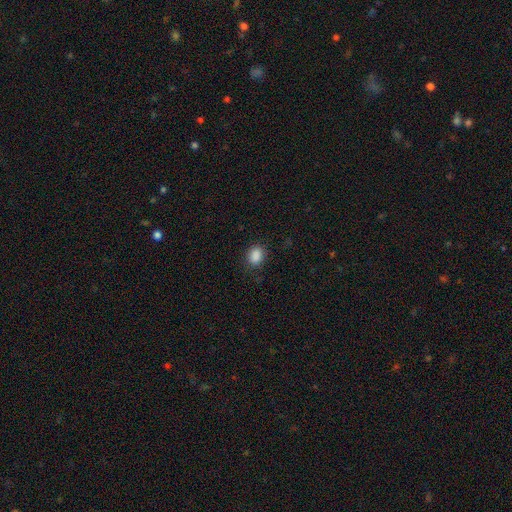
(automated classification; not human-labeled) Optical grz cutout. It shows a smooth galaxy with no disk features (87%) that is in between round and cigar-shaped (57%). Merging: none (84%).